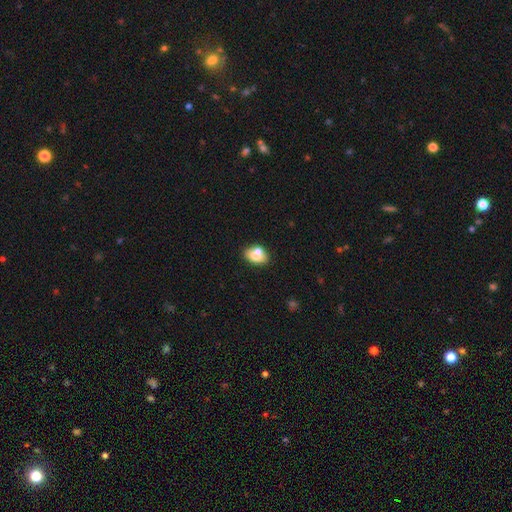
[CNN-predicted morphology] The model was most divided on "merging": none: 50%, merger: 32%, minor disturbance: 14%, major disturbance: 4%. More confident: how rounded — in between (75%); smooth or featured — smooth (71%).